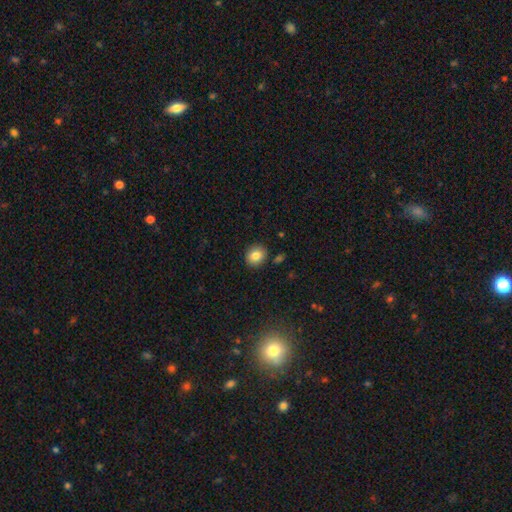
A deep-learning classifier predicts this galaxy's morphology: Smooth or featured?
  - smooth: 83% *
  - star or artifact: 9%
  - featured or disk: 7%
How rounded?
  - round: 76% *
  - in between: 23%
  - cigar-shaped: 1%
Merging?
  - none: 88% *
  - minor disturbance: 8%
  - merger: 3%
  - major disturbance: 2%